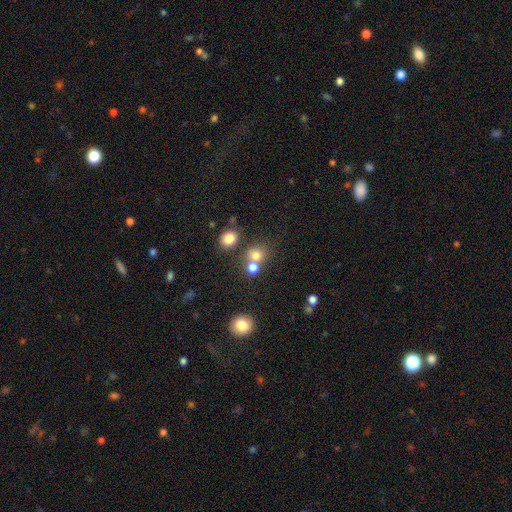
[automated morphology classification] smooth 75%, star or artifact 16%, featured or disk 9%. Down the decision tree: how rounded — round (79%); merging — none (53%).